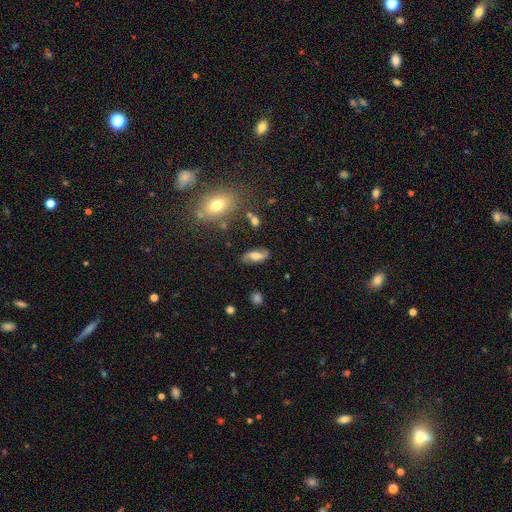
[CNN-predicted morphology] A featured or disk galaxy (57%) with no bar (46%), spiral arms (87%) and a moderate central bulge (50%). Merging: none (77%).